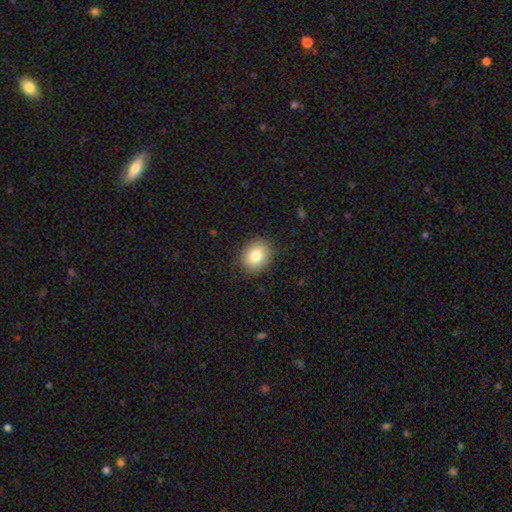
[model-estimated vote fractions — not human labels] Morphology: type=smooth (82%); roundness=round (52%); merging=none (88%).